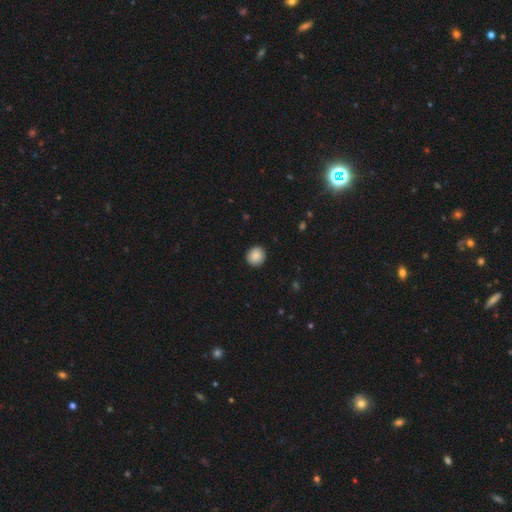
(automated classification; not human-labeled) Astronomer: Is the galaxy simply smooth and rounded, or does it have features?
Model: smooth — 87%.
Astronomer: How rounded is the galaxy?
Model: round — 89%.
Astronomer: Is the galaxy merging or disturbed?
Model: none — 90%.